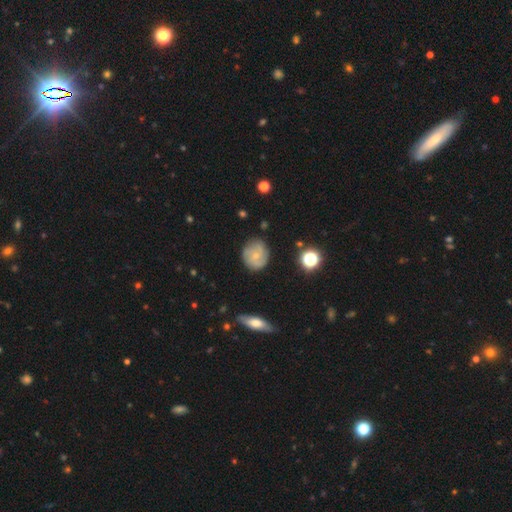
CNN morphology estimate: A featured or disk galaxy (53%) with no bar (80%), spiral arms (78%) and a small central bulge (74%).

Vote fractions:
- Smooth or featured? featured or disk: 53% / smooth: 38% / star or artifact: 9%
- Edge-on disk? no: 97% / yes: 3%
- Bar? no: 80% / weak: 17% / strong: 3%
- Spiral arms? yes: 78% / no: 22%
- Bulge size? small: 74% / moderate: 21% / none: 3% / large: 1% / dominant: 1%
- Merging? none: 74% / minor disturbance: 19% / major disturbance: 5% / merger: 2%